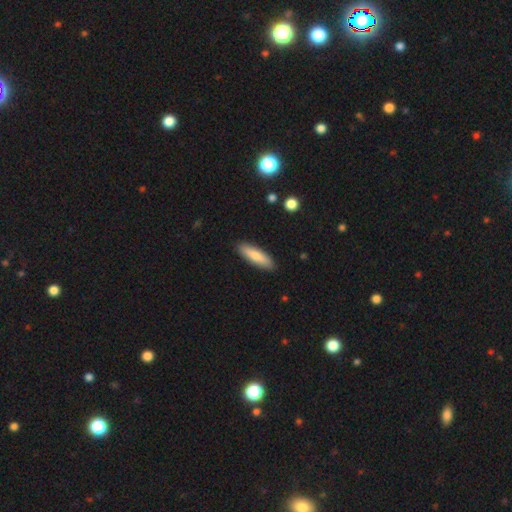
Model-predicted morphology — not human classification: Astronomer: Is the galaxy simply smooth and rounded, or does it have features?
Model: smooth — 78%.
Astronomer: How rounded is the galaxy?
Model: cigar-shaped — 60% (runner-up: in between, 38%).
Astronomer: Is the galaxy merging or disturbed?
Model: none — 89%.